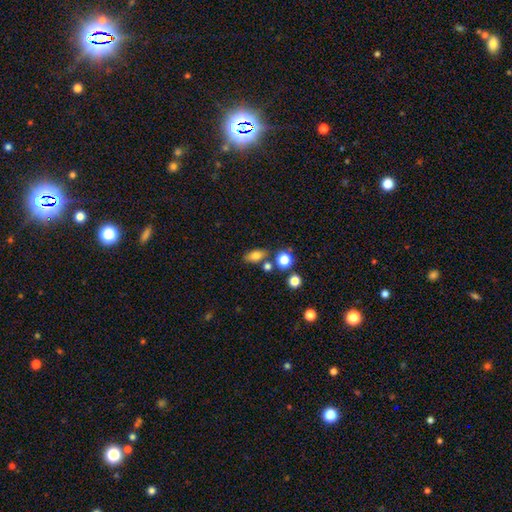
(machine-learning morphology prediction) type=smooth (77%); roundness=in between (79%); merging=none (71%).